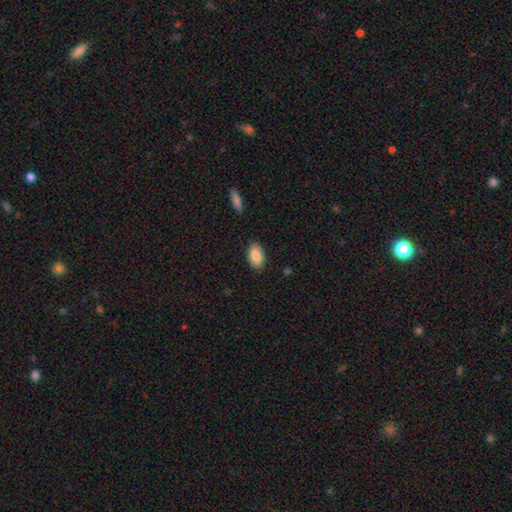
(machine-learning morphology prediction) type=smooth (86%); roundness=in between (93%); merging=none (85%).